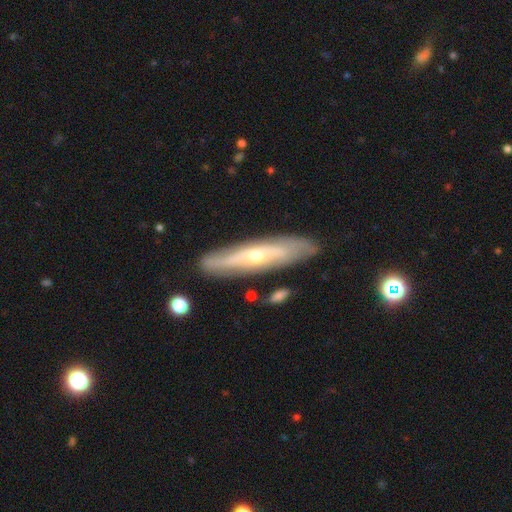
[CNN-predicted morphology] Smooth or featured?
  - featured or disk: 69% *
  - smooth: 25%
  - star or artifact: 6%
Edge-on disk?
  - yes: 51% *
  - no: 49%
Merging?
  - none: 82% *
  - minor disturbance: 13%
  - major disturbance: 3%
  - merger: 2%